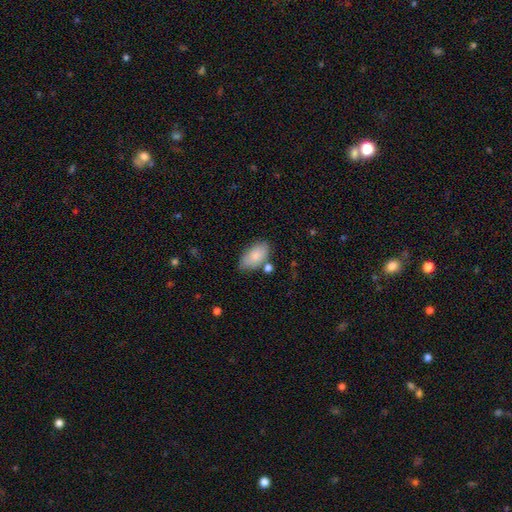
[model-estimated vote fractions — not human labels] Q: Smooth or featured?
A: smooth (82%); runner-up: featured or disk (11%)
Q: How rounded?
A: in between (93%); runner-up: round (5%)
Q: Merging?
A: none (67%); runner-up: minor disturbance (20%)